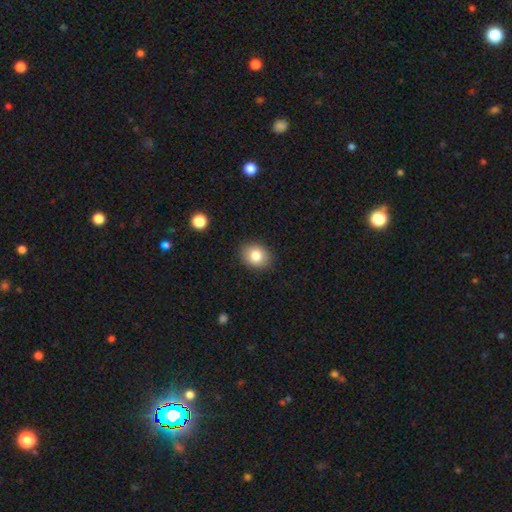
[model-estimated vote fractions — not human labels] The model was most divided on "how rounded": round: 56%, in between: 44%, cigar-shaped: 1%. More confident: merging — none (89%); smooth or featured — smooth (83%).